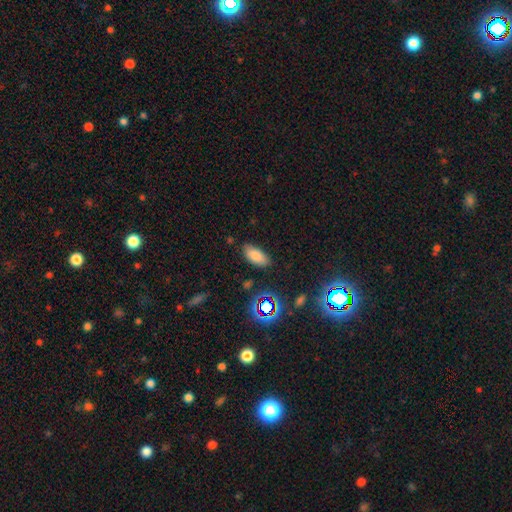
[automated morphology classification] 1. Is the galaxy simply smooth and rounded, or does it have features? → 79% smooth, 13% star or artifact, 8% featured or disk.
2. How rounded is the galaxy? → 90% in between, 7% cigar-shaped, 3% round.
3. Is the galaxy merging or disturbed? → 83% none, 12% minor disturbance, 3% major disturbance, 2% merger.